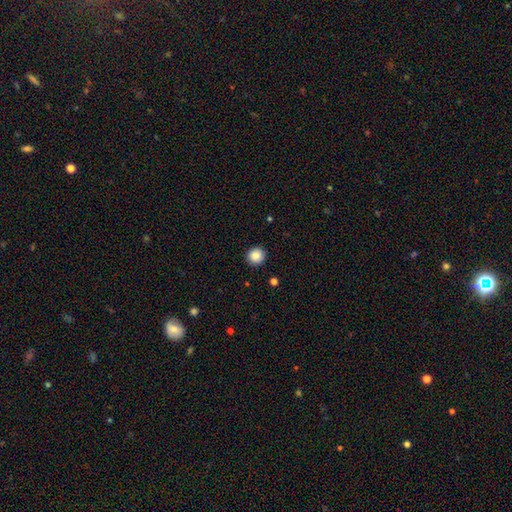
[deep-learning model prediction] smooth_or_featured: smooth (p=0.87) [alt: star or artifact p=0.09]
how_rounded: round (p=0.94) [alt: in between p=0.05]
merging: none (p=0.92) [alt: minor disturbance p=0.05]